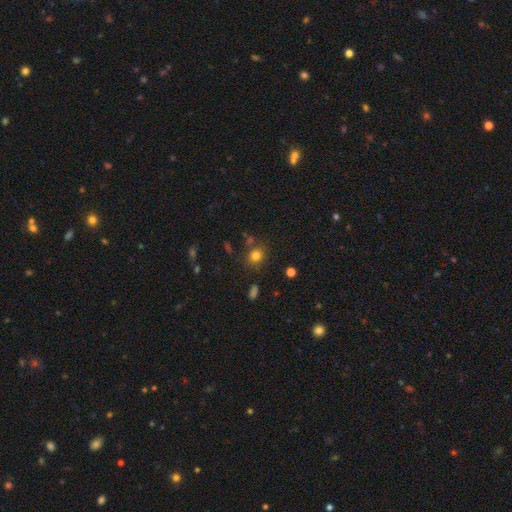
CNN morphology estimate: Smooth or featured?
  - smooth: 78% *
  - star or artifact: 14%
  - featured or disk: 7%
How rounded?
  - round: 75% *
  - in between: 24%
  - cigar-shaped: 1%
Merging?
  - none: 78% *
  - minor disturbance: 12%
  - merger: 6%
  - major disturbance: 4%